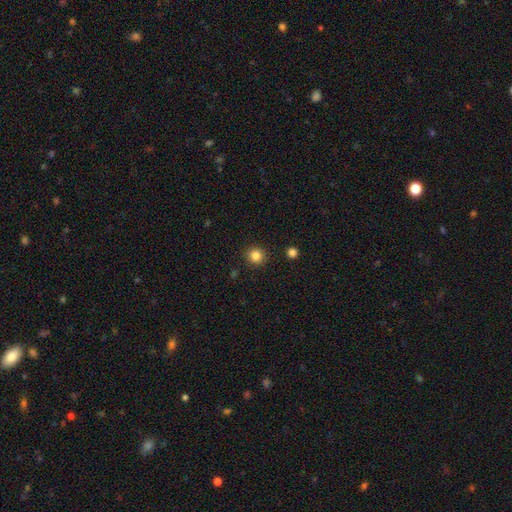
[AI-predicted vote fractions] Smooth or featured? smooth (84%)
How rounded? round (94%)
Merging? none (91%)